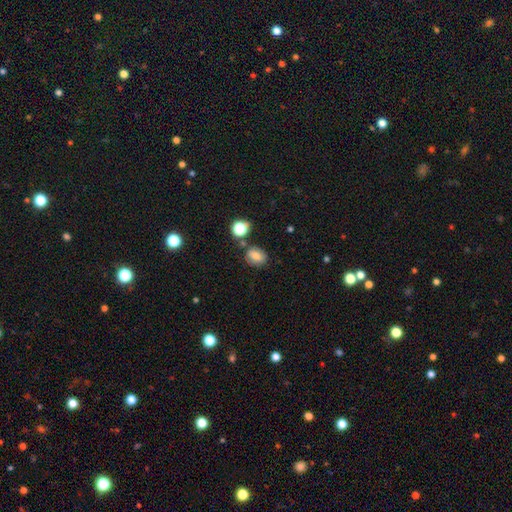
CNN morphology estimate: A smooth galaxy with no disk features (72%) that is in between round and cigar-shaped (51%). Merging: none (73%).